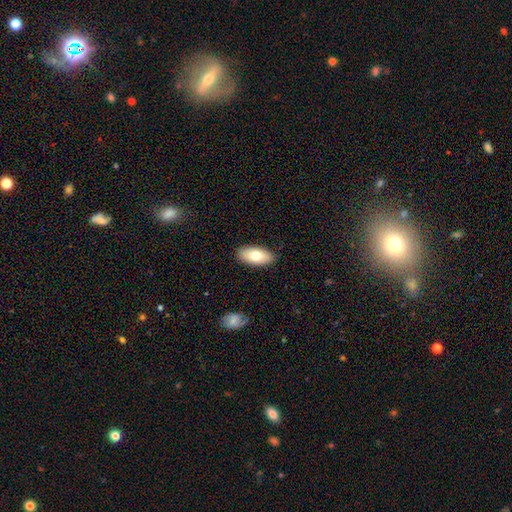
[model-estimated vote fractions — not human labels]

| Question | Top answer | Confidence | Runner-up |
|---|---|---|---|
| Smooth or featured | smooth | 75% | featured or disk (19%) |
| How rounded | in between | 91% | cigar-shaped (6%) |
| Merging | none | 89% | minor disturbance (8%) |